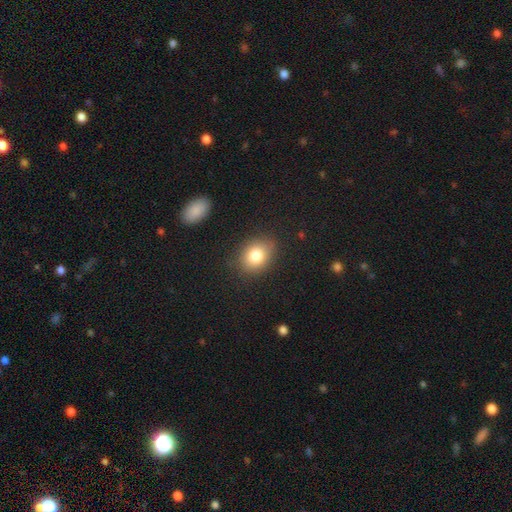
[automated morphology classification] smooth 81%, star or artifact 10%, featured or disk 9%. Down the decision tree: how rounded — in between (56%); merging — none (83%).